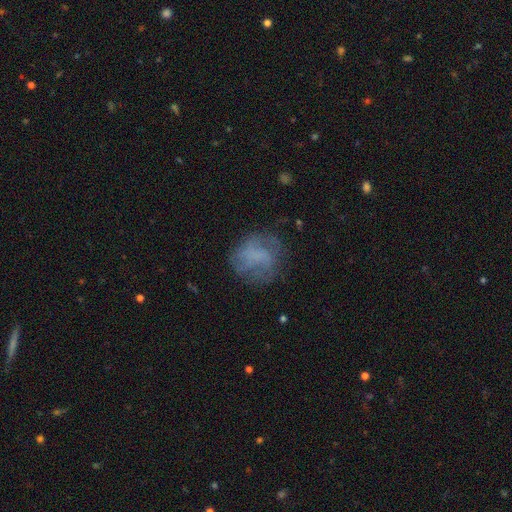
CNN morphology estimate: This is marginally a smooth galaxy (45%). Merging: likely none (63%).